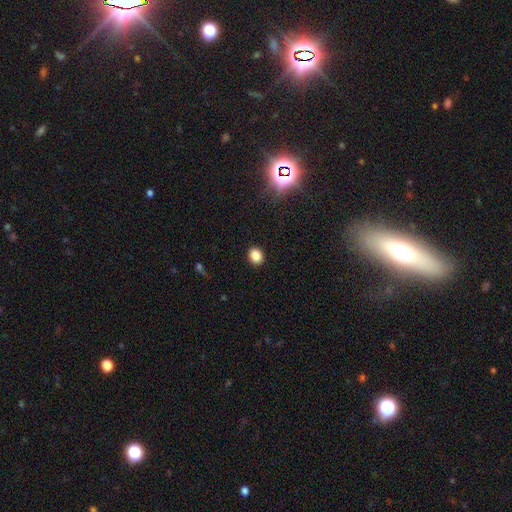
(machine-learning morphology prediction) smooth-or-featured: smooth: 85% | star or artifact: 11% | featured or disk: 4%
  how-rounded: round: 51% | in between: 48% | cigar-shaped: 1%
  merging: none: 91% | minor disturbance: 6% | major disturbance: 2% | merger: 1%